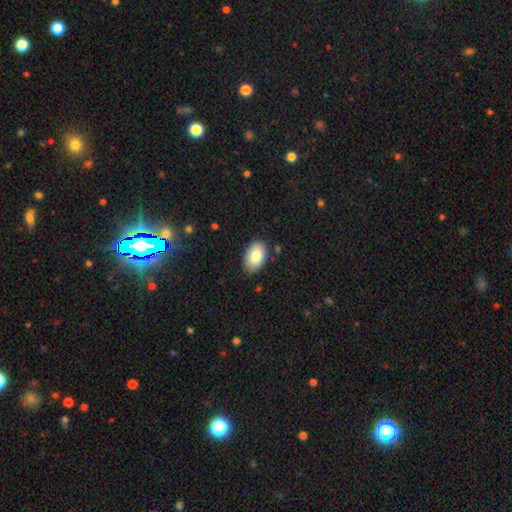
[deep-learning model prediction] Smooth or featured? Predicted: smooth (p=0.82). How rounded? Predicted: in between (p=0.89). Merging? Predicted: none (p=0.84).